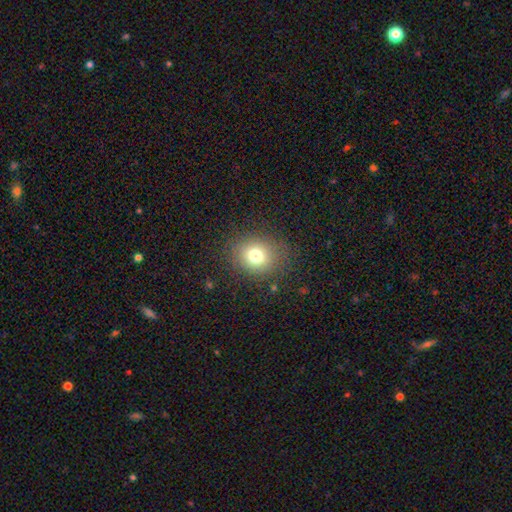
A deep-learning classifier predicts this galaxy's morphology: Smooth or featured? Predicted: smooth (p=0.75). How rounded? Predicted: round (p=0.70). Merging? Predicted: none (p=0.84).